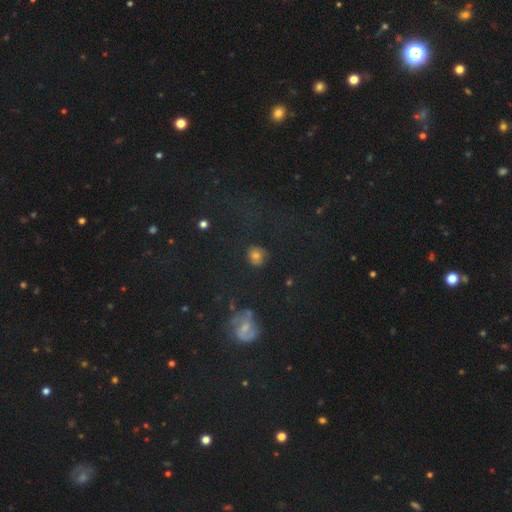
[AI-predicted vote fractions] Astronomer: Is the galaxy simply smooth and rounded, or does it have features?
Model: smooth — 63%.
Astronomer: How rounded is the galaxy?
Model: round — 77%.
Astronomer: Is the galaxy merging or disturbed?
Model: none — 78%.